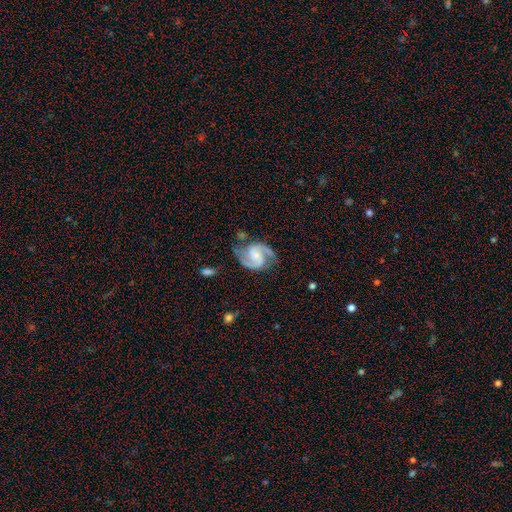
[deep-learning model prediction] smooth-or-featured: featured or disk: 91% | smooth: 5% | star or artifact: 4%
  disk-edge-on: no: 98% | yes: 2%
    bar: no: 44% | weak: 42% | strong: 15%
    has-spiral-arms: yes: 98% | no: 2%
      spiral-winding: medium: 59% | tight: 26% | loose: 15%
      spiral-arm-count: 2: 94% | can't tell: 2% | 3: 1% | 1: 1% | 4: 1% | more than 4: 1%
    bulge-size: small: 41% | moderate: 28% | none: 24% | large: 5% | dominant: 1%
  merging: none: 74% | minor disturbance: 17% | major disturbance: 6% | merger: 3%